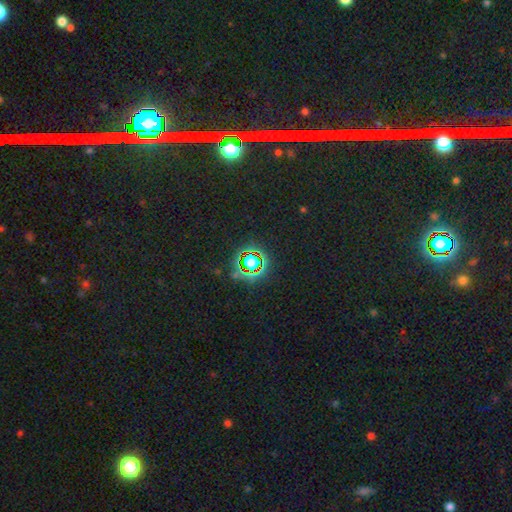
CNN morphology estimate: Smooth or featured? Predicted: star or artifact (p=0.75).